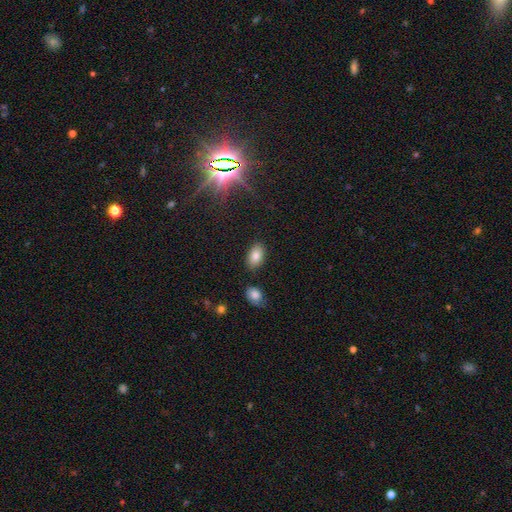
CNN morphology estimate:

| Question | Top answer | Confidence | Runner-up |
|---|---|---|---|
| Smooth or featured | smooth | 81% | featured or disk (9%) |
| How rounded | in between | 92% | round (7%) |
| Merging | none | 84% | minor disturbance (10%) |